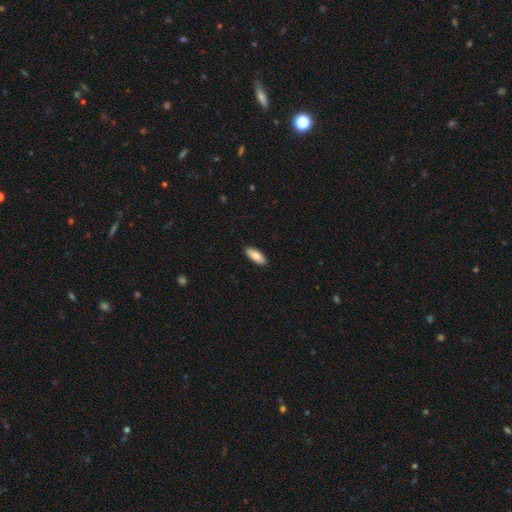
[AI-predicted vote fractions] smooth_or_featured: smooth (p=0.83) [alt: featured or disk p=0.12]
how_rounded: in between (p=0.78) [alt: cigar-shaped p=0.20]
merging: none (p=0.89) [alt: minor disturbance p=0.08]